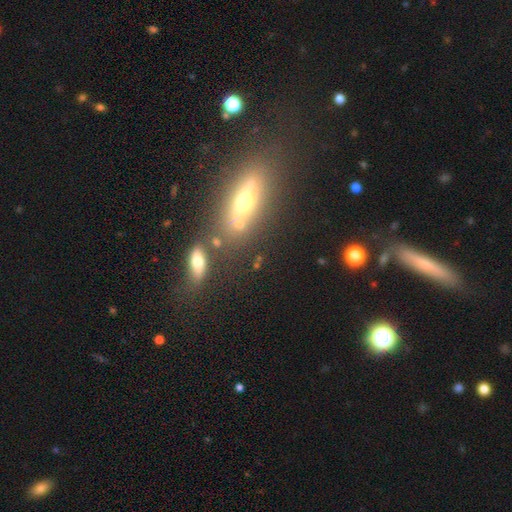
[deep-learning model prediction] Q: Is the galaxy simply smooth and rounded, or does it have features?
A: featured or disk — 46%.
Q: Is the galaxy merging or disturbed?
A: none — 57%.